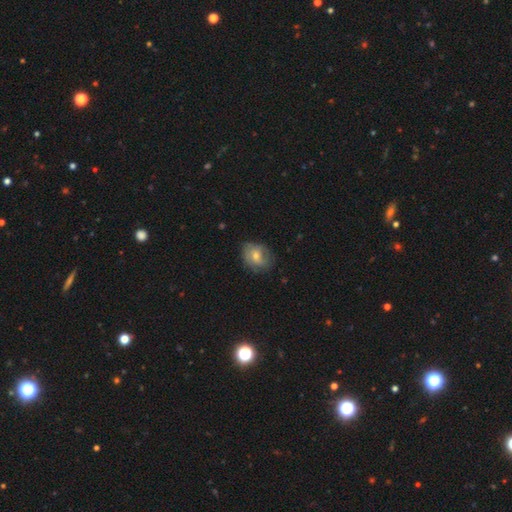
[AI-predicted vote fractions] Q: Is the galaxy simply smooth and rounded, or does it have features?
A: smooth — 46%.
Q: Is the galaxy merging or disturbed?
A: none — 71%.